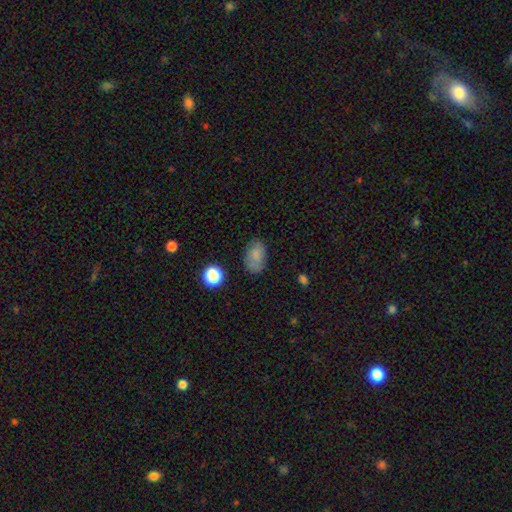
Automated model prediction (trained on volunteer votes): This appears to be a smooth galaxy with no disk features (80%) that is in between round and cigar-shaped (86%). Merging: none (75%).